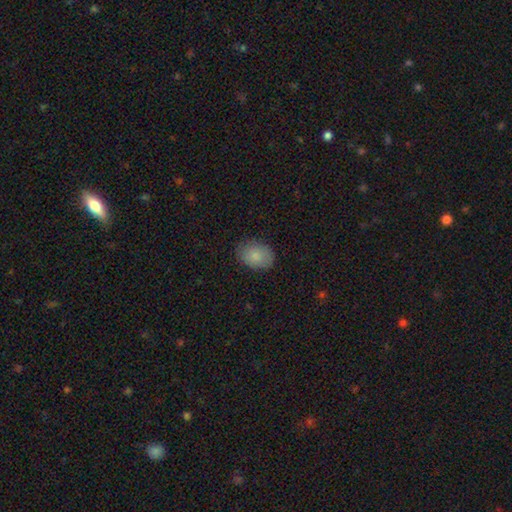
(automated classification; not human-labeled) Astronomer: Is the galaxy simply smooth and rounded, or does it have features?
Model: smooth — 84%.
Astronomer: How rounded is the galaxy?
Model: in between — 74%.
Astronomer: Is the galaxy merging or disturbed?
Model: none — 83%.